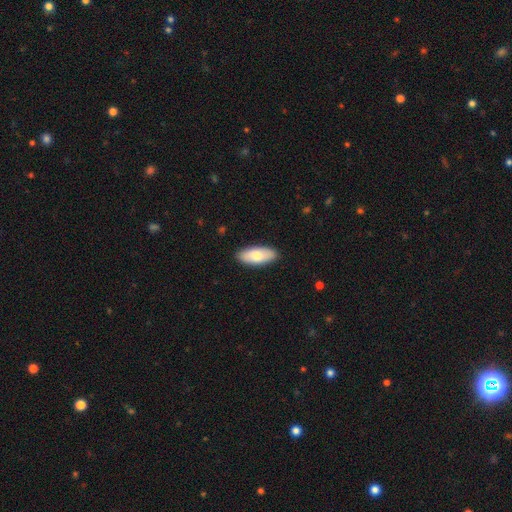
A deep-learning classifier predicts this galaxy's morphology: Q: Smooth or featured?
A: smooth (74%); runner-up: featured or disk (21%)
Q: How rounded?
A: in between (86%); runner-up: cigar-shaped (12%)
Q: Merging?
A: none (90%); runner-up: minor disturbance (7%)